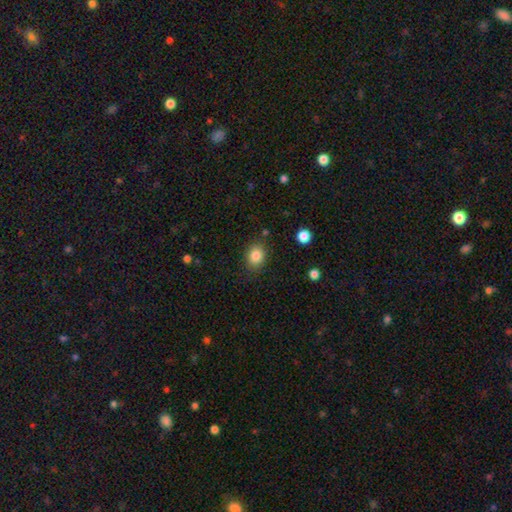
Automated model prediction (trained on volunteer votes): Q: Smooth or featured?
A: smooth (85%); runner-up: star or artifact (9%)
Q: How rounded?
A: in between (52%); runner-up: round (47%)
Q: Merging?
A: none (81%); runner-up: minor disturbance (13%)